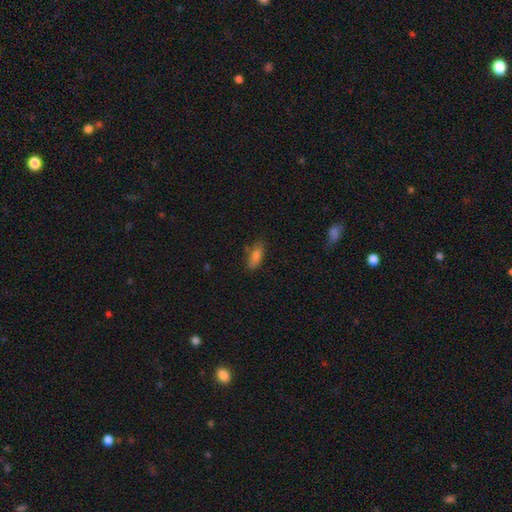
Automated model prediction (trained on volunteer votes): Smooth or featured: smooth — 77% (star or artifact — 13%)
How rounded: in between — 74% (cigar-shaped — 22%)
Merging: none — 75% (minor disturbance — 17%)